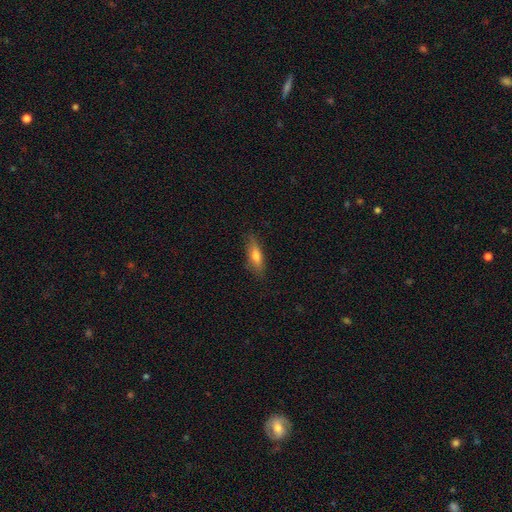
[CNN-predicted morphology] The model was most divided on "how rounded": in between: 50%, cigar-shaped: 47%, round: 3%. More confident: merging — none (80%); smooth or featured — smooth (68%).